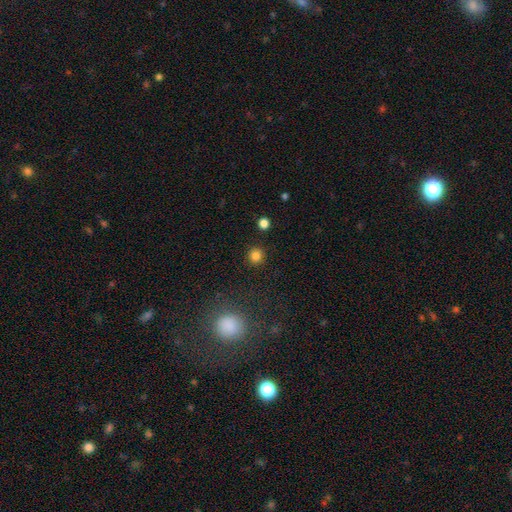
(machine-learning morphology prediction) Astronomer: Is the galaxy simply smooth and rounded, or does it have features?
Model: smooth — 83%.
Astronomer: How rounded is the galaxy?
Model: round — 93%.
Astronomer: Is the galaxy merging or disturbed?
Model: none — 90%.